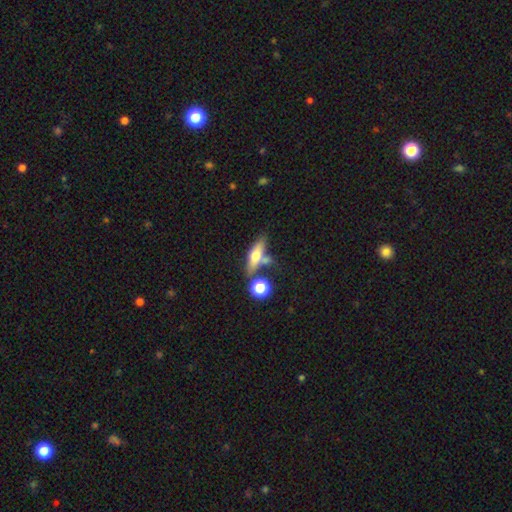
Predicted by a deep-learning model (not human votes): Smooth or featured: smooth — 52% (featured or disk — 40%)
How rounded: cigar-shaped — 48% (in between — 45%)
Merging: none — 59% (merger — 22%)